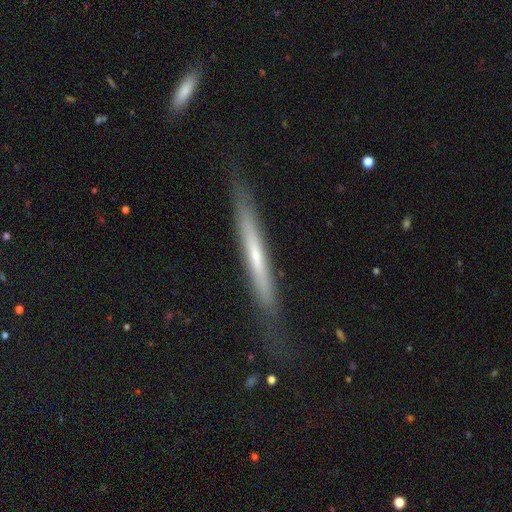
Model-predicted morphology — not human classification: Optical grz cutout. It shows a featured or disk galaxy (55%) viewed edge-on (92%) with no central bulge (66%). Merging: none (81%).